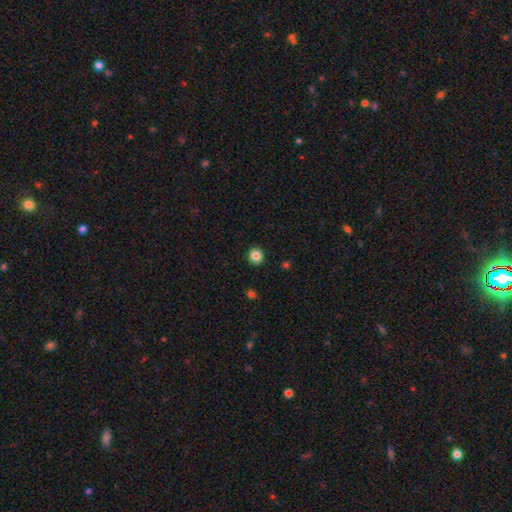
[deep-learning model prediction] Smooth or featured? smooth (84%)
How rounded? round (88%)
Merging? none (92%)